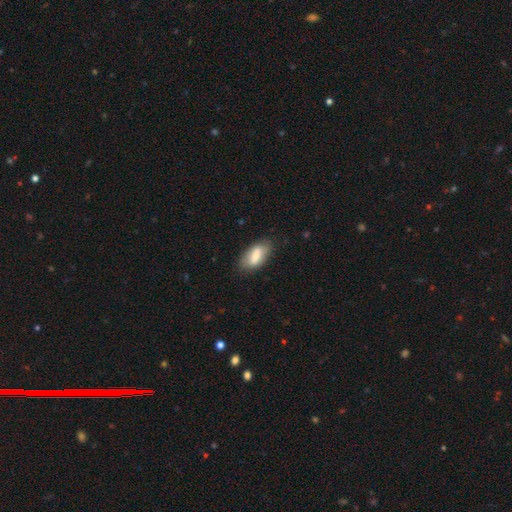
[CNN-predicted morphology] Smooth or featured? Predicted: smooth (p=0.71). How rounded? Predicted: in between (p=0.87). Merging? Predicted: none (p=0.75).